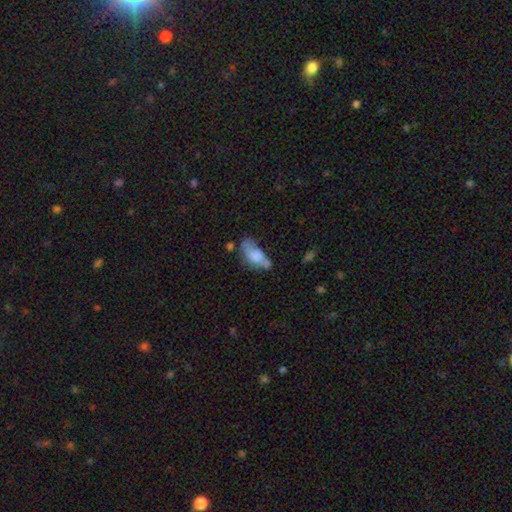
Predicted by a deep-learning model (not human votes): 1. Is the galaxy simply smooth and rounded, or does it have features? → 66% smooth, 25% featured or disk, 9% star or artifact.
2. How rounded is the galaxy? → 86% in between, 10% cigar-shaped, 4% round.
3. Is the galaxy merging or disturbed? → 32% none, 29% minor disturbance, 21% major disturbance, 17% merger.